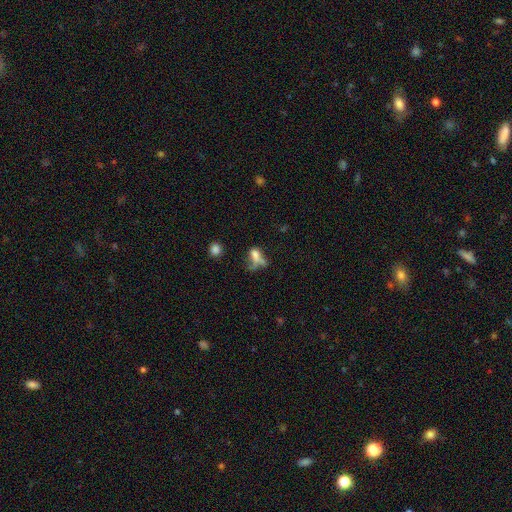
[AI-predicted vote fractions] smooth_or_featured: smooth (p=0.56) [alt: featured or disk p=0.26]
how_rounded: in between (p=0.61) [alt: round p=0.24]
merging: major disturbance (p=0.30) [alt: none p=0.28]